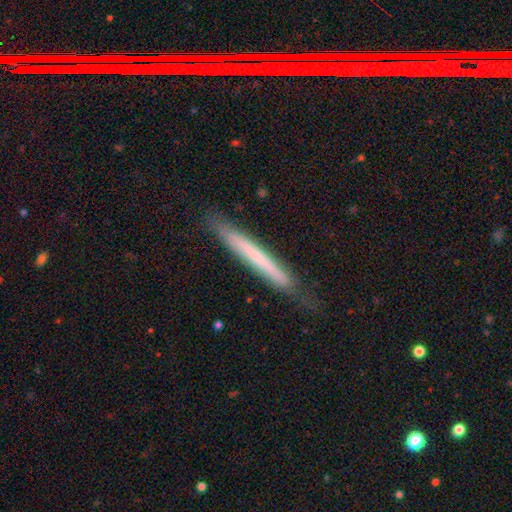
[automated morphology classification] Smooth or featured?
  - smooth: 55% *
  - featured or disk: 39%
  - star or artifact: 6%
How rounded?
  - cigar-shaped: 97% *
  - in between: 2%
  - round: 1%
Merging?
  - none: 78% *
  - minor disturbance: 18%
  - major disturbance: 3%
  - merger: 1%